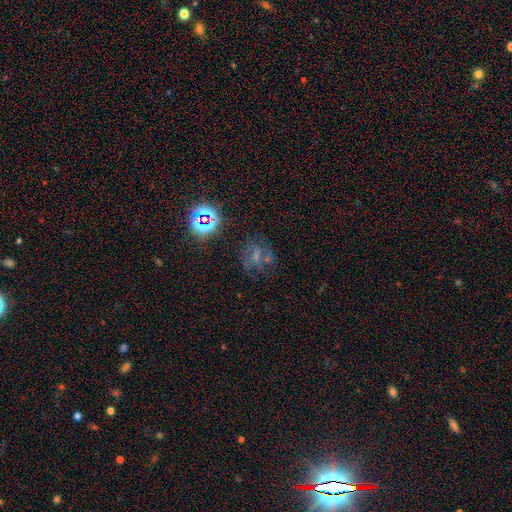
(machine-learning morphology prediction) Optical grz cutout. It shows a featured or disk galaxy (39%). Merging: none (56%).